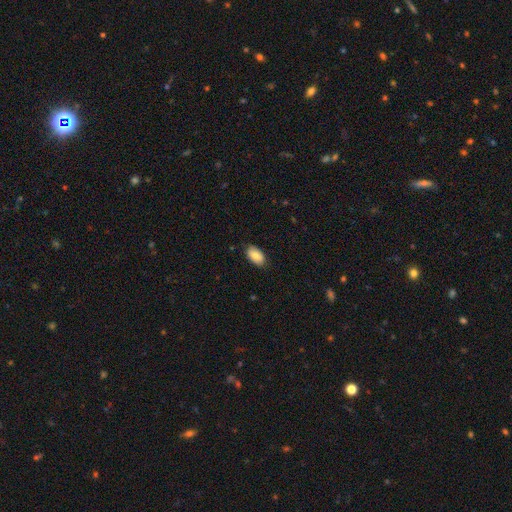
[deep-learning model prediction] A smooth galaxy with no disk features (83%) that is in between round and cigar-shaped (94%). Merging: none (82%).